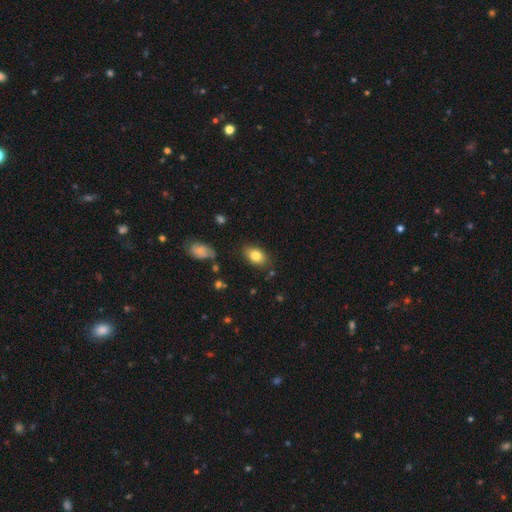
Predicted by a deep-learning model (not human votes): Q: Smooth or featured?
A: smooth (81%); runner-up: featured or disk (11%)
Q: How rounded?
A: in between (87%); runner-up: round (11%)
Q: Merging?
A: none (80%); runner-up: minor disturbance (15%)